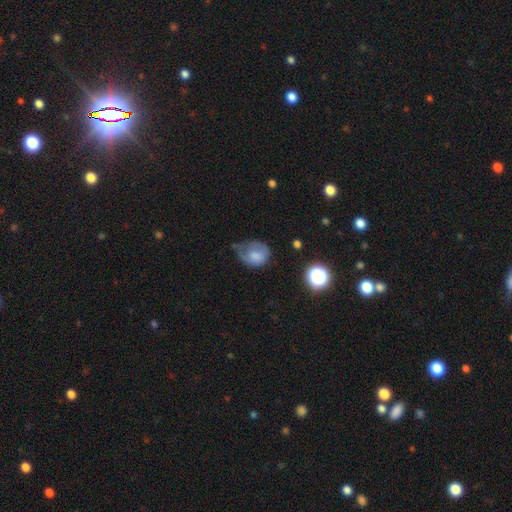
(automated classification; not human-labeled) Smooth or featured?
  - smooth: 67% *
  - featured or disk: 23%
  - star or artifact: 10%
How rounded?
  - round: 58% *
  - in between: 41%
  - cigar-shaped: 1%
Merging?
  - minor disturbance: 36% * (tied)
  - major disturbance: 36% * (tied)
  - none: 25%
  - merger: 3%